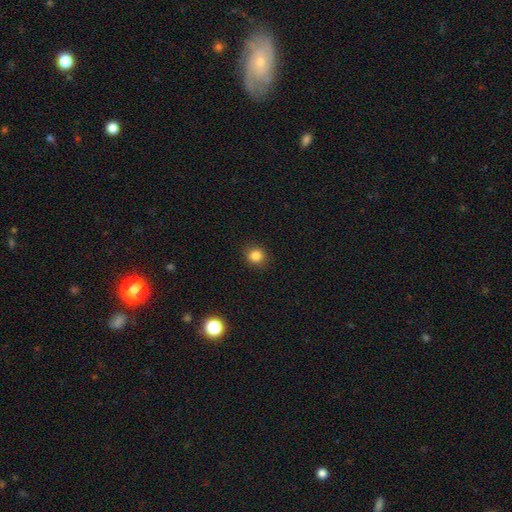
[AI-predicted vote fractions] The model was most divided on "smooth or featured": smooth: 84%, star or artifact: 12%, featured or disk: 5%. More confident: merging — none (91%); how rounded — round (89%).